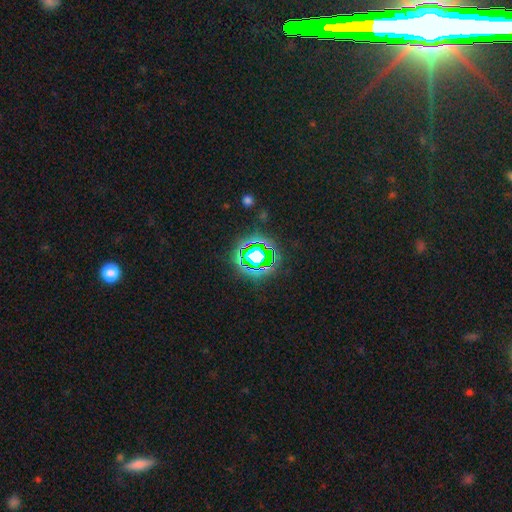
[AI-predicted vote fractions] smooth-or-featured: star or artifact: 71% | smooth: 17% | featured or disk: 12%